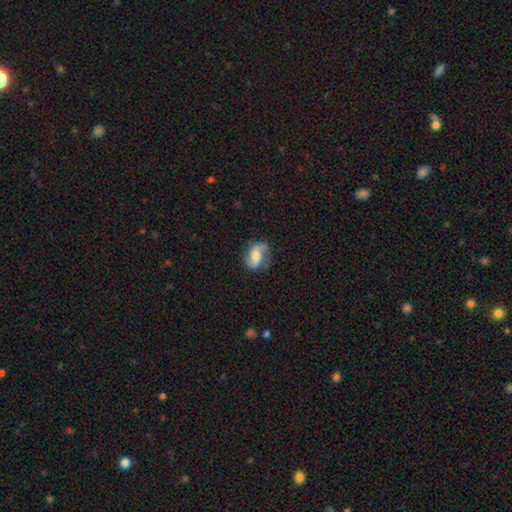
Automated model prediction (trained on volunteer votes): Smooth or featured?
  - featured or disk: 66% *
  - smooth: 26%
  - star or artifact: 8%
Edge-on disk?
  - no: 96% *
  - yes: 4%
Bar?
  - no: 47% *
  - weak: 37%
  - strong: 17%
Spiral arms?
  - yes: 90% *
  - no: 10%
Spiral winding?
  - loose: 47% *
  - medium: 38%
  - tight: 15%
Spiral arm count?
  - 2: 82% *
  - 1: 8%
  - can't tell: 6%
  - 3: 2%
  - 4: 1%
  - more than 4: 1%
Bulge size?
  - moderate: 59% *
  - small: 26%
  - large: 10%
  - none: 4%
  - dominant: 2%
Merging?
  - none: 63% *
  - minor disturbance: 23%
  - major disturbance: 12%
  - merger: 2%